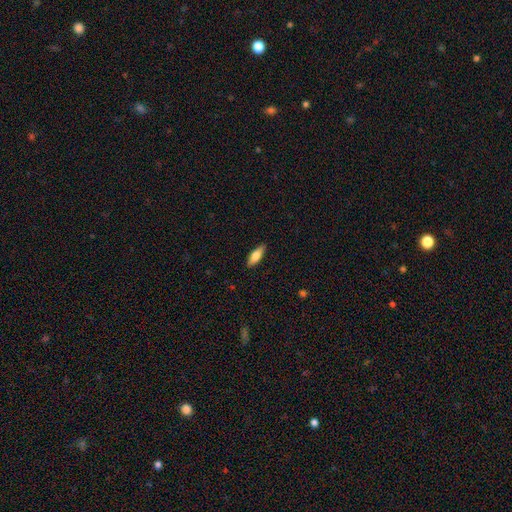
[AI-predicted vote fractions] A smooth galaxy with no disk features (75%) that is in between round and cigar-shaped (61%).

Vote fractions:
- Smooth or featured? smooth: 75% / featured or disk: 19% / star or artifact: 6%
- How rounded? in between: 61% / cigar-shaped: 36% / round: 2%
- Merging? none: 88% / minor disturbance: 9% / major disturbance: 2% / merger: 1%